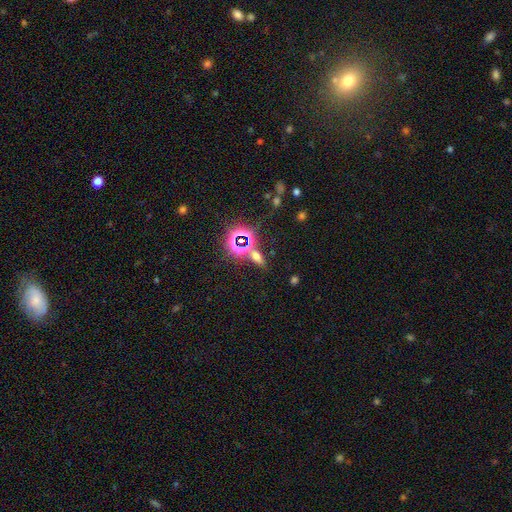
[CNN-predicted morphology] A smooth galaxy with no disk features (45%).

Vote fractions:
- Smooth or featured? smooth: 45% / star or artifact: 44% / featured or disk: 12%
- Merging? none: 69% / merger: 14% / minor disturbance: 11% / major disturbance: 6%